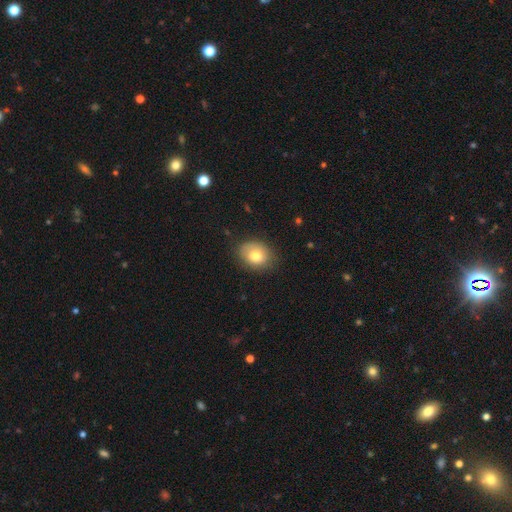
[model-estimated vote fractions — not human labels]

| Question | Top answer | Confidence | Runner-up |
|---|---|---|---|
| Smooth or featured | smooth | 76% | featured or disk (15%) |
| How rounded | in between | 54% | round (45%) |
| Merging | none | 79% | minor disturbance (16%) |